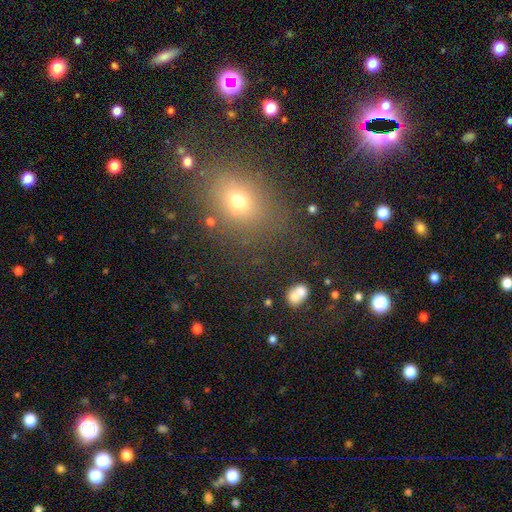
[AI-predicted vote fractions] This appears to be a smooth galaxy with no disk features (54%) that is in between round and cigar-shaped (51%). Merging: none (81%).